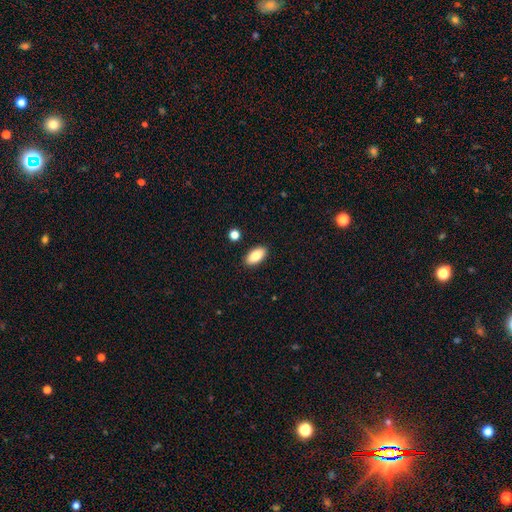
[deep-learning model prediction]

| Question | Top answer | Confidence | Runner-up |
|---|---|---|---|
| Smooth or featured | smooth | 84% | featured or disk (9%) |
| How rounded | in between | 92% | cigar-shaped (5%) |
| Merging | none | 89% | minor disturbance (8%) |